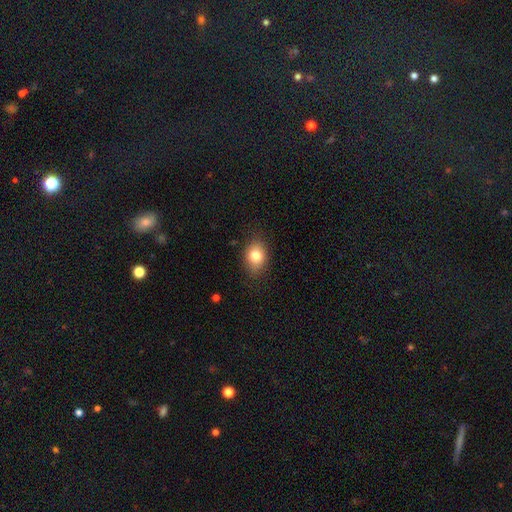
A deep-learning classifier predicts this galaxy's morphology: This appears to be a smooth galaxy with no disk features (81%) that is in between round and cigar-shaped (72%). Merging: none (83%).